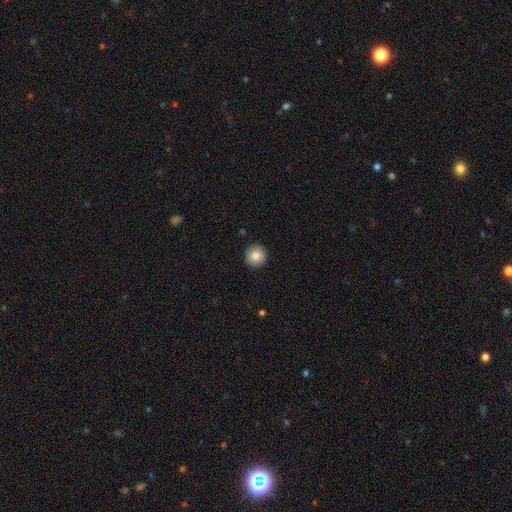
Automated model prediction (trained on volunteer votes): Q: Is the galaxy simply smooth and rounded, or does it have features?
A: smooth — 84%.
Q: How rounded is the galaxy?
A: round — 95%.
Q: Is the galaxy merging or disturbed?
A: none — 92%.